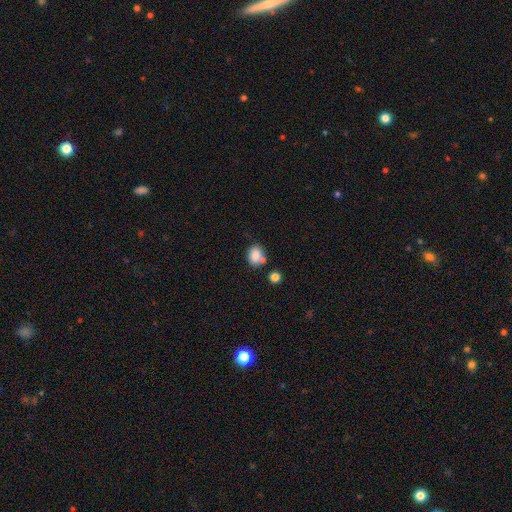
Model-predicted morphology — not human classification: Smooth or featured: smooth — 83% (star or artifact — 10%)
How rounded: in between — 52% (round — 47%)
Merging: none — 55% (merger — 24%)